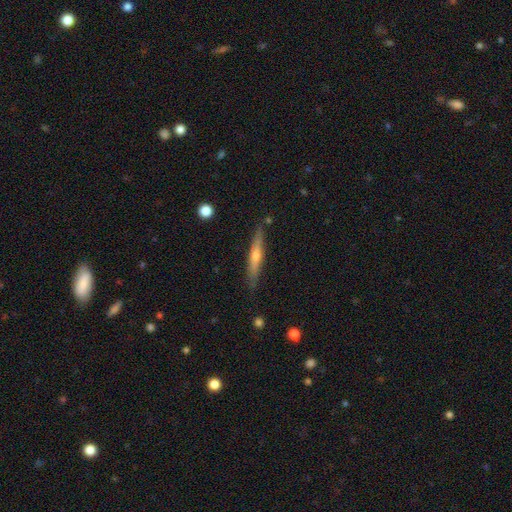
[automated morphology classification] featured or disk 57%, smooth 37%, star or artifact 6%. Down the decision tree: edge-on disk — yes (95%); edge-on bulge — rounded (80%); merging — none (84%).